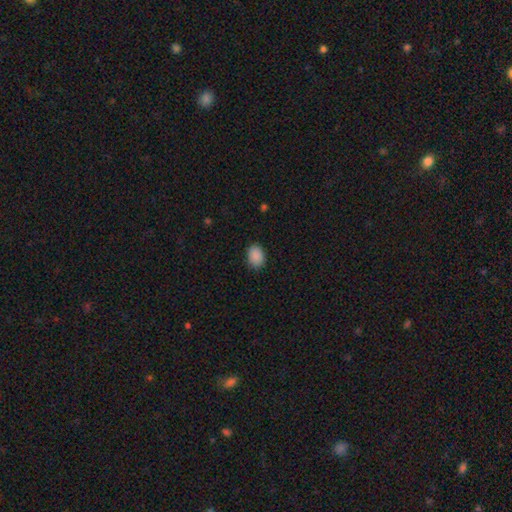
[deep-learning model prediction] The model was most divided on "how rounded": in between: 72%, round: 27%, cigar-shaped: 1%. More confident: smooth or featured — smooth (89%); merging — none (87%).